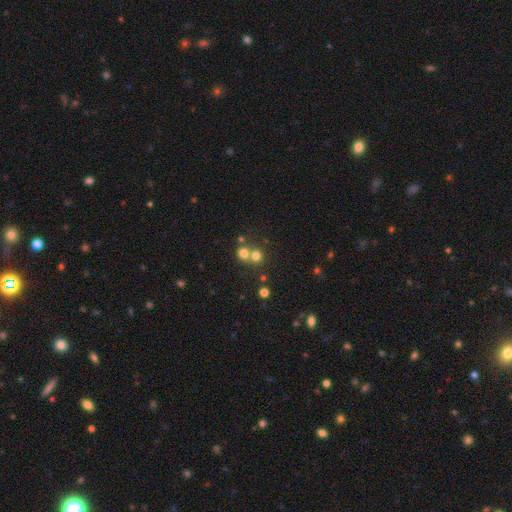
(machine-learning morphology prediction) The model was most divided on "merging" (2-way tie): merger: 46%, none: 46%, minor disturbance: 5%, major disturbance: 3%. More confident: how rounded — round (88%); smooth or featured — smooth (70%).